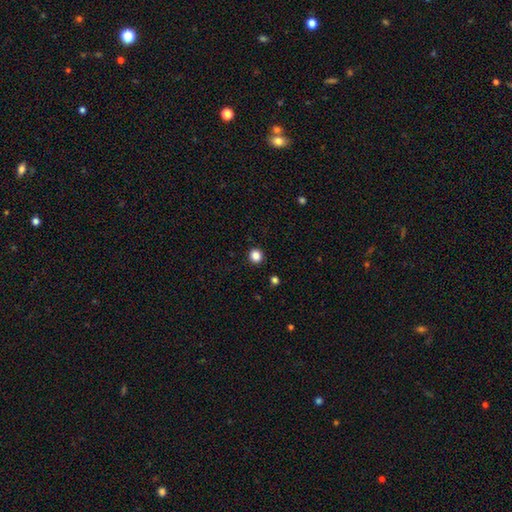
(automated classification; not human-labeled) A smooth galaxy with no disk features (85%) that is round (89%). Merging: none (92%).